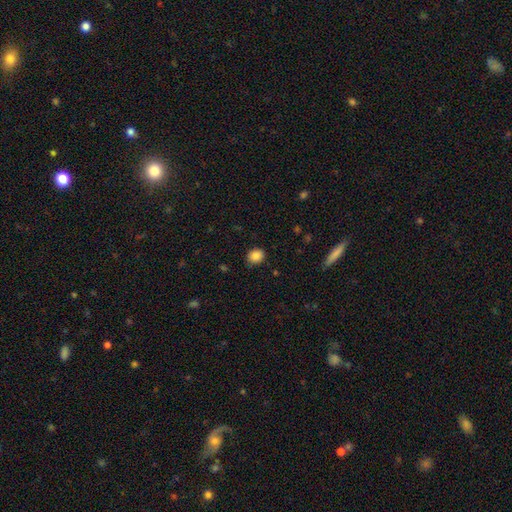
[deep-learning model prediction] The model was most divided on "how rounded": round: 69%, in between: 30%, cigar-shaped: 1%. More confident: smooth or featured — smooth (85%); merging — none (85%).